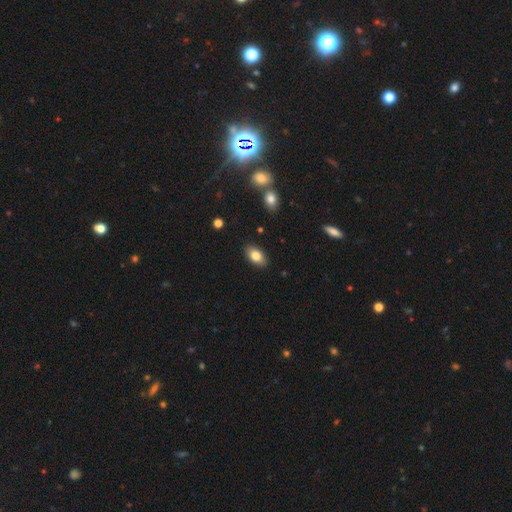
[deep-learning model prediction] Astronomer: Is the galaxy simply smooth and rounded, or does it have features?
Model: smooth — 80%.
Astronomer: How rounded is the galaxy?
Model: in between — 92%.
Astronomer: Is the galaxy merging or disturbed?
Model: none — 87%.